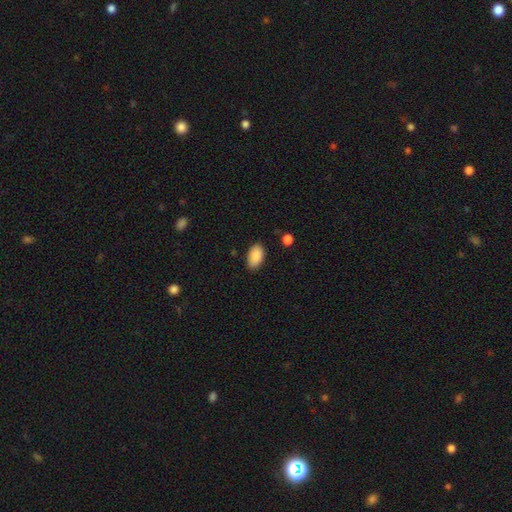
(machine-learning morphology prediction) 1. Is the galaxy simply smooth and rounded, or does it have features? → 87% smooth, 7% star or artifact, 6% featured or disk.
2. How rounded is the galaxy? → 93% in between, 5% round, 1% cigar-shaped.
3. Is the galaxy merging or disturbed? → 81% none, 14% minor disturbance, 3% major disturbance, 2% merger.